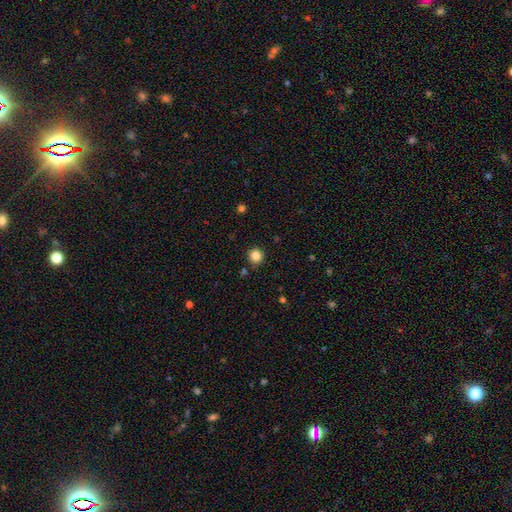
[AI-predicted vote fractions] Smooth or featured? Predicted: smooth (p=0.84). How rounded? Predicted: round (p=0.94). Merging? Predicted: none (p=0.89).